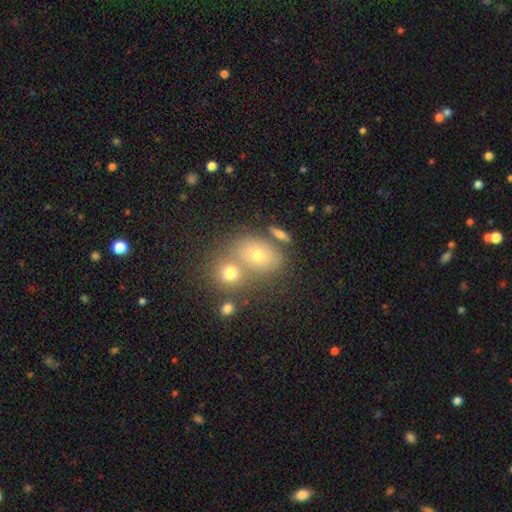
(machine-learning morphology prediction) Overall: smooth (61%; featured or disk 21%). How rounded: in between (51%; round 48%). Merging: none (46%; merger 40%).